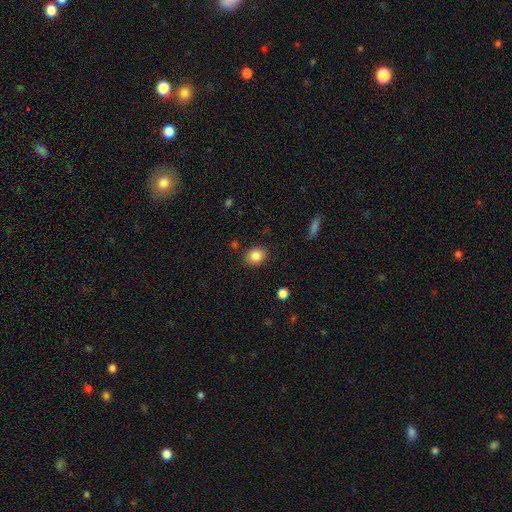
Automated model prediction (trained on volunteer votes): Q: Smooth or featured?
A: smooth (86%); runner-up: star or artifact (9%)
Q: How rounded?
A: round (53%); runner-up: in between (46%)
Q: Merging?
A: none (85%); runner-up: minor disturbance (10%)